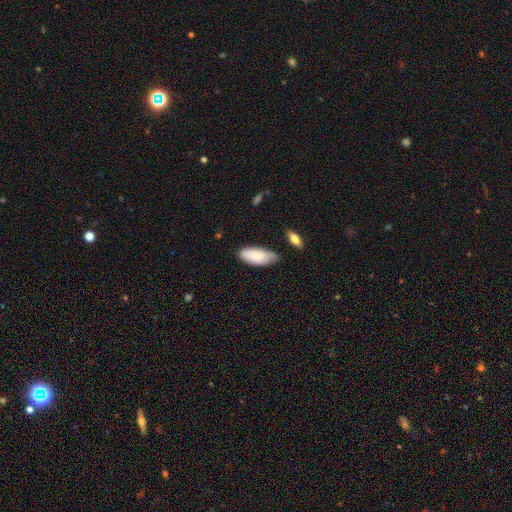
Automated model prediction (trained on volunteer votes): smooth 86%, featured or disk 8%, star or artifact 6%. Down the decision tree: how rounded — in between (86%); merging — none (67%).